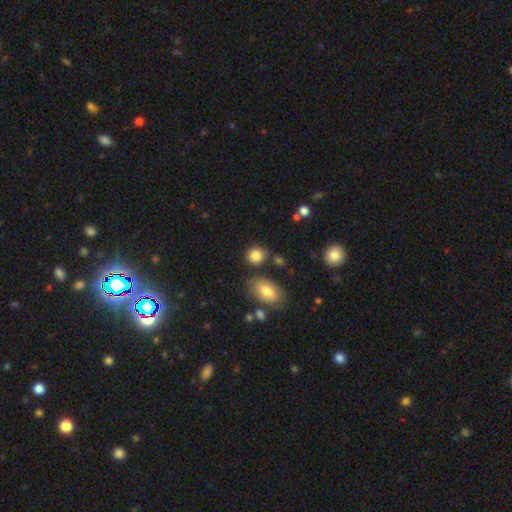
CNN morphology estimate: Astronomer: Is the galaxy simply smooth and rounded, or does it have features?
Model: smooth — 84%.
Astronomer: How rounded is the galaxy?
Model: round — 72%.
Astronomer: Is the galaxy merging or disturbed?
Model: none — 72%.